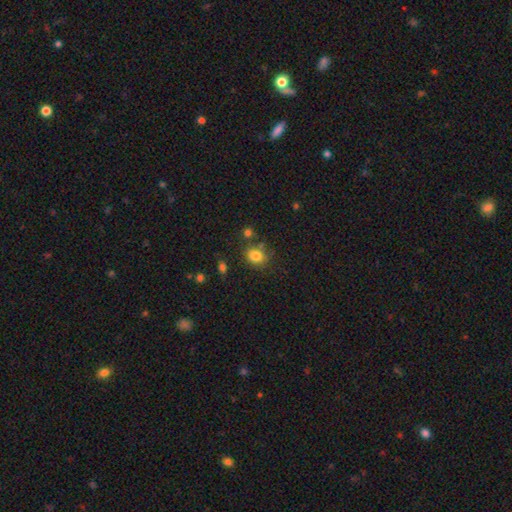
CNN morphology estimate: A smooth galaxy with no disk features (81%) that is round (61%). Merging: none (69%).